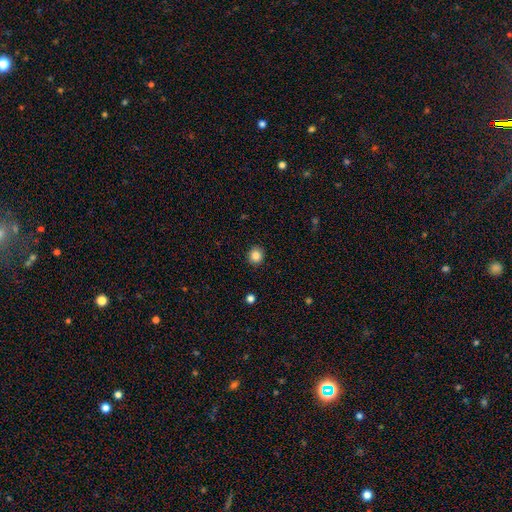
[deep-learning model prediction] This appears to be a smooth galaxy with no disk features (85%) that is round (85%). Merging: none (91%).